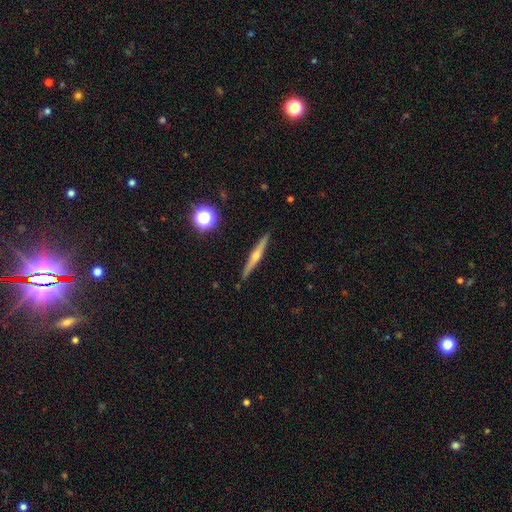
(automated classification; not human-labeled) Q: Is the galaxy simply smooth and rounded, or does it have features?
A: featured or disk — 75%.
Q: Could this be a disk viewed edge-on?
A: yes — 98%.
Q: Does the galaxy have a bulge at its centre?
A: rounded — 89%.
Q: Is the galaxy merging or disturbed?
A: none — 91%.